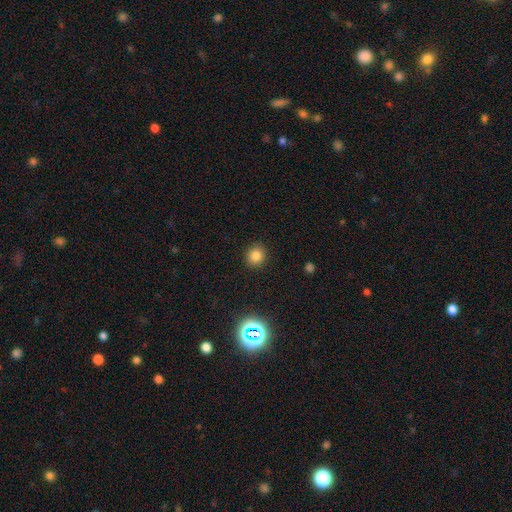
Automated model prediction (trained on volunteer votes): A smooth galaxy with no disk features (80%) that is round (87%).

Vote fractions:
- Smooth or featured? smooth: 80% / star or artifact: 15% / featured or disk: 6%
- How rounded? round: 87% / in between: 12% / cigar-shaped: 1%
- Merging? none: 90% / minor disturbance: 6% / major disturbance: 2% / merger: 1%